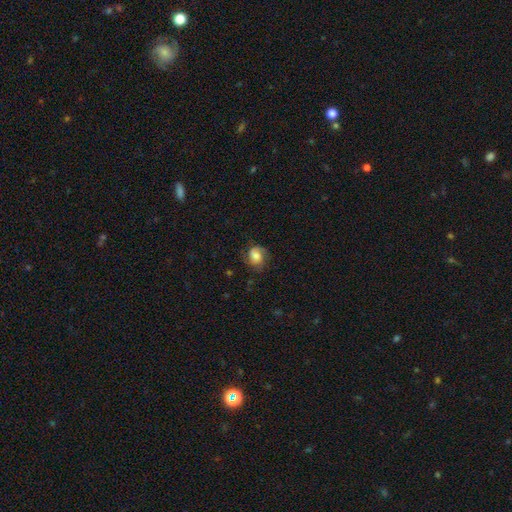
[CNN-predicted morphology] Smooth or featured: featured or disk — 53% (smooth — 37%)
Edge-on disk: no — 97% (yes — 3%)
Bar: no — 60% (weak — 32%)
Spiral arms: yes — 91% (no — 9%)
Bulge size: moderate — 52% (large — 21%)
Merging: none — 70% (minor disturbance — 20%)